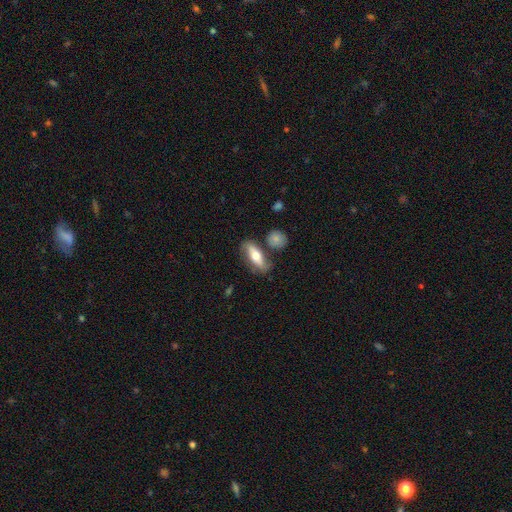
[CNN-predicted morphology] A smooth galaxy with no disk features (54%) that is in between round and cigar-shaped (65%). Merging: none (67%).